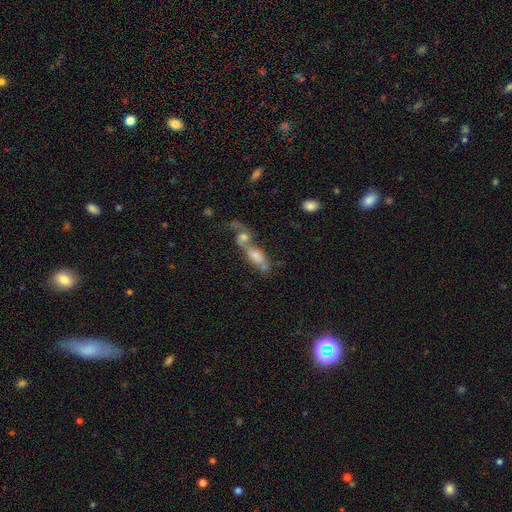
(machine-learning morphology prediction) This is marginally a smooth galaxy (43%, tied with featured or disk). Merging: likely merger (67%).